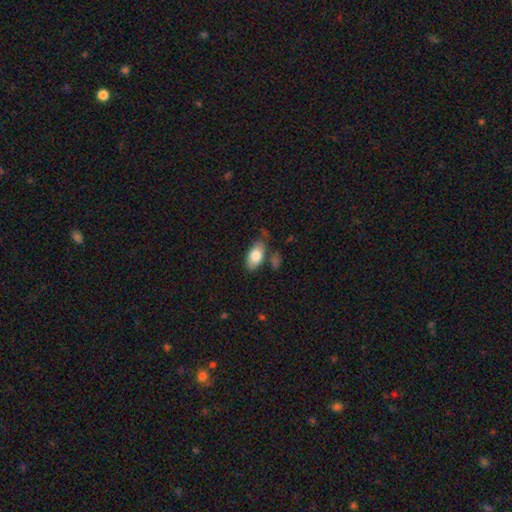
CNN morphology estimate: smooth-or-featured: smooth: 82% | featured or disk: 12% | star or artifact: 6%
  how-rounded: in between: 92% | cigar-shaped: 4% | round: 4%
  merging: none: 68% | minor disturbance: 20% | merger: 7% | major disturbance: 5%